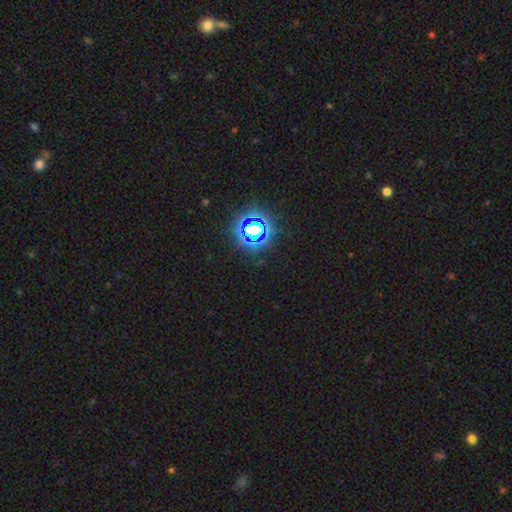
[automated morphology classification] This is clearly a star or artifact rather than a galaxy (81%).